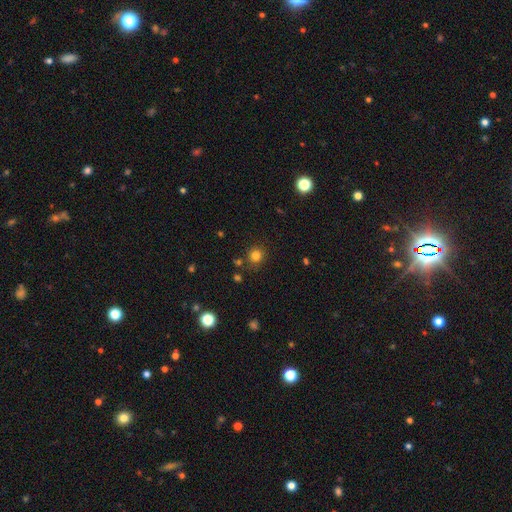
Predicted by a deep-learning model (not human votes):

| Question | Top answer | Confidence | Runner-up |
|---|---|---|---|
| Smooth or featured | smooth | 80% | star or artifact (15%) |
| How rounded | round | 91% | in between (8%) |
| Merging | none | 85% | minor disturbance (8%) |